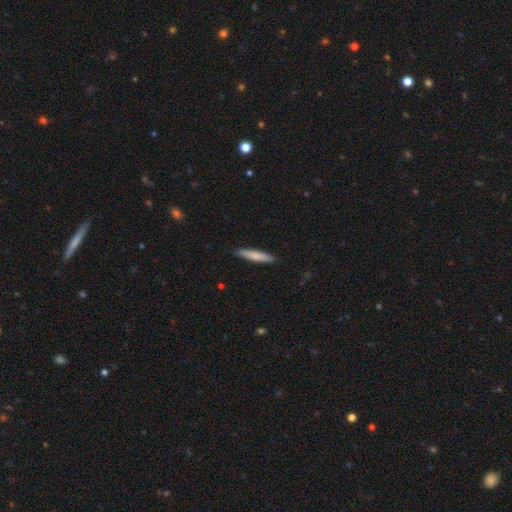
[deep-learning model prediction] Smooth or featured? Predicted: smooth (p=0.74). How rounded? Predicted: cigar-shaped (p=0.90). Merging? Predicted: none (p=0.89).